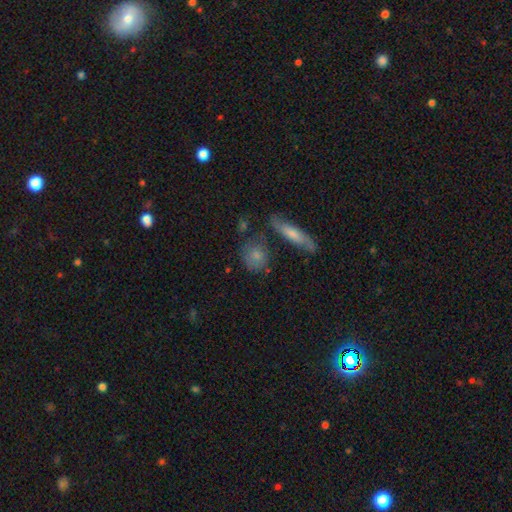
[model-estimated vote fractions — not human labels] A smooth galaxy with no disk features (75%) that is round (57%).

Vote fractions:
- Smooth or featured? smooth: 75% / featured or disk: 16% / star or artifact: 9%
- How rounded? round: 57% / in between: 33% / cigar-shaped: 10%
- Merging? none: 63% / minor disturbance: 18% / merger: 11% / major disturbance: 7%